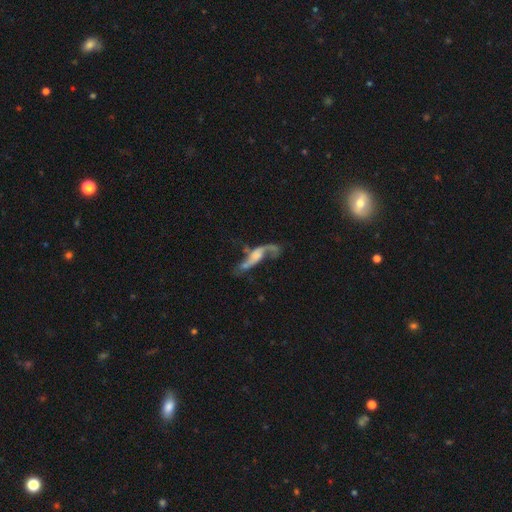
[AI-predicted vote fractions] Smooth or featured?
  - featured or disk: 71% *
  - smooth: 21%
  - star or artifact: 8%
Edge-on disk?
  - no: 80% *
  - yes: 20%
Bar?
  - no: 60% *
  - weak: 29%
  - strong: 11%
Spiral arms?
  - yes: 79% *
  - no: 21%
Bulge size?
  - none: 32% *
  - small: 26%
  - moderate: 25%
  - large: 13%
  - dominant: 3%
Merging?
  - major disturbance: 34% *
  - none: 33%
  - minor disturbance: 17%
  - merger: 16%